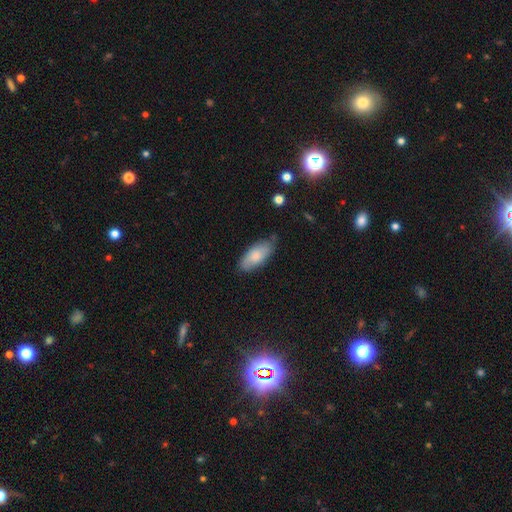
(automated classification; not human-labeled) Smooth or featured? smooth (75%)
How rounded? in between (87%)
Merging? none (67%)